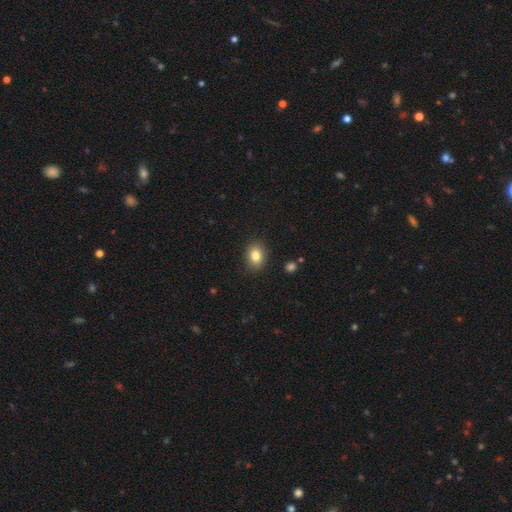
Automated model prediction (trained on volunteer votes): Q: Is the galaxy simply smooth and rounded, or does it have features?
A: smooth — 84%.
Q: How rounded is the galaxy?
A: in between — 65%.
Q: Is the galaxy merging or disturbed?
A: none — 88%.